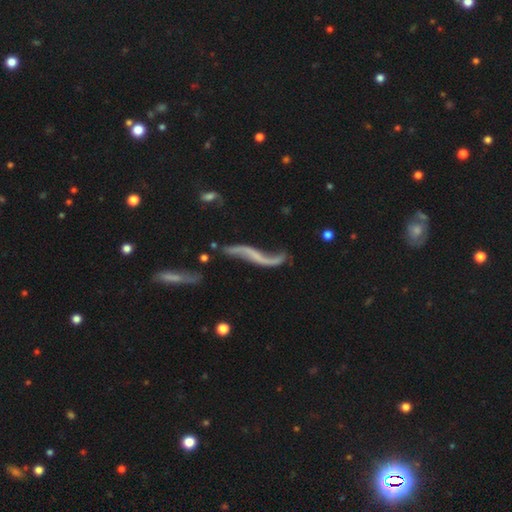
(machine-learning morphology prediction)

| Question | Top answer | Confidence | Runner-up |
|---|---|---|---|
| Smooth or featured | featured or disk | 82% | smooth (10%) |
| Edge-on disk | no | 81% | yes (19%) |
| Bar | no | 51% | weak (29%) |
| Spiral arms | yes | 88% | no (12%) |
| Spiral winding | loose | 94% | medium (4%) |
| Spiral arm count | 2 | 89% | 1 (6%) |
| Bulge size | none | 60% | small (32%) |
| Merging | none | 53% | minor disturbance (19%) |